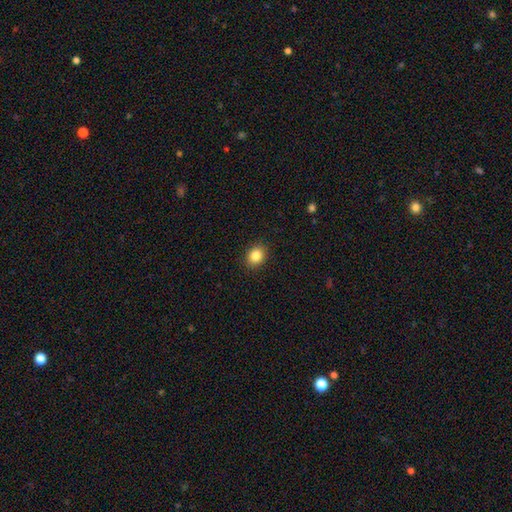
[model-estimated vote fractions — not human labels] A smooth galaxy with no disk features (85%) that is round (60%). Merging: none (90%).